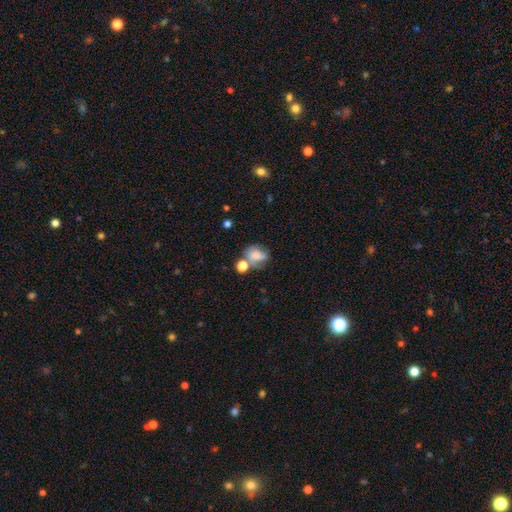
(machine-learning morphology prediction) Smooth or featured?
  - smooth: 67% *
  - featured or disk: 21%
  - star or artifact: 12%
How rounded?
  - round: 51% *
  - in between: 48%
  - cigar-shaped: 1%
Merging?
  - none: 39% *
  - merger: 31%
  - minor disturbance: 19%
  - major disturbance: 11%